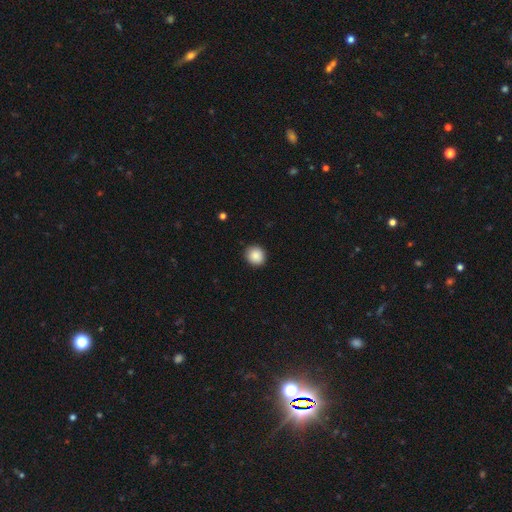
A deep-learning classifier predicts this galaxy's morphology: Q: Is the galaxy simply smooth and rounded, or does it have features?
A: smooth — 88%.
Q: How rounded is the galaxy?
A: round — 85%.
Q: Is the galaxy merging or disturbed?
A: none — 91%.